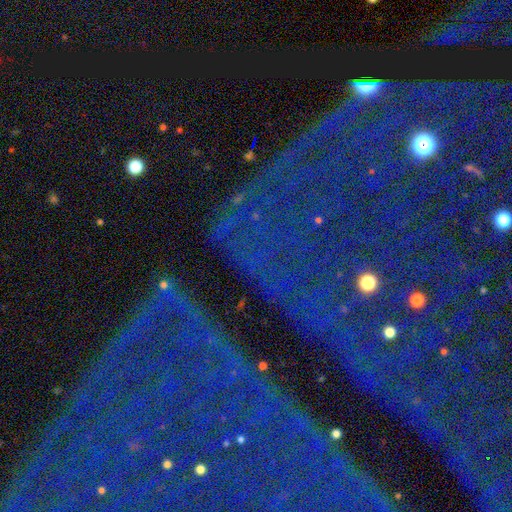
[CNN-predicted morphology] A star or artifact, not a galaxy (83%).

Vote fractions:
- Smooth or featured? star or artifact: 83% / featured or disk: 9% / smooth: 8%